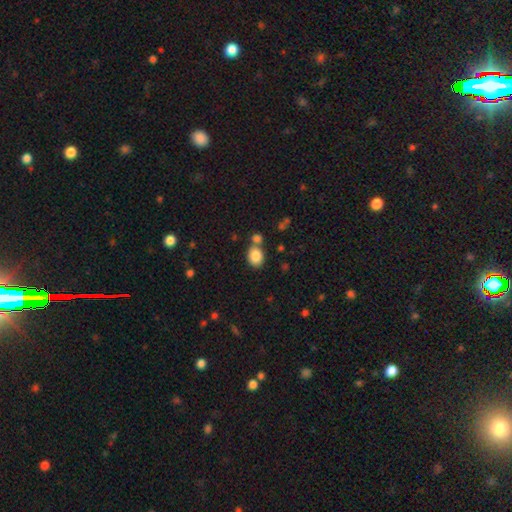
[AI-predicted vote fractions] Overall: smooth (85%). How rounded: in between (54%; round 45%). Merging: none (61%; merger 24%).